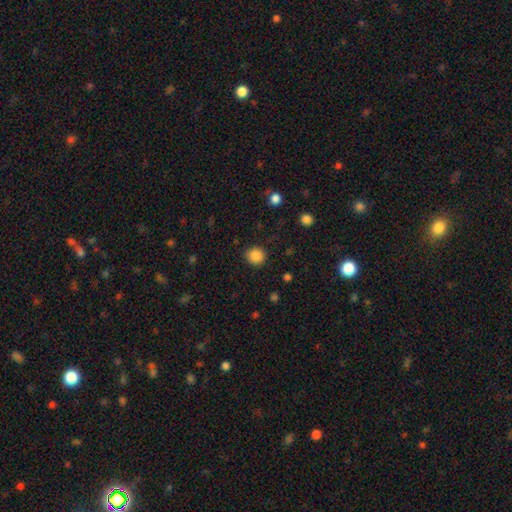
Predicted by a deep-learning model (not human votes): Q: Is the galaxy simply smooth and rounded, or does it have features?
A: smooth — 86%.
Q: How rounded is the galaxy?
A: round — 89%.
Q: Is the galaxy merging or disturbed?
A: none — 89%.